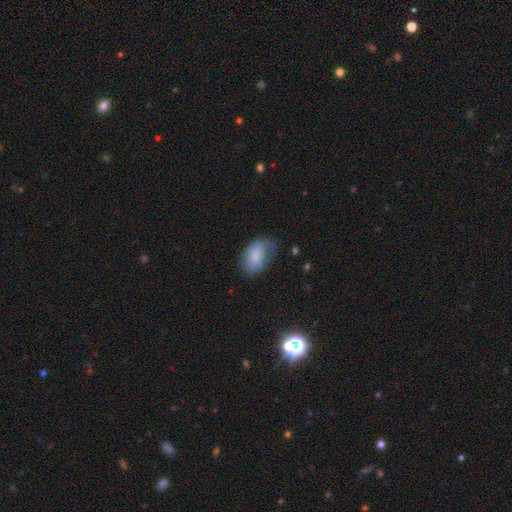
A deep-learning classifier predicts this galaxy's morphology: This is likely a smooth galaxy (80%). How rounded: clearly in between (90%). Merging: possibly none (56%).